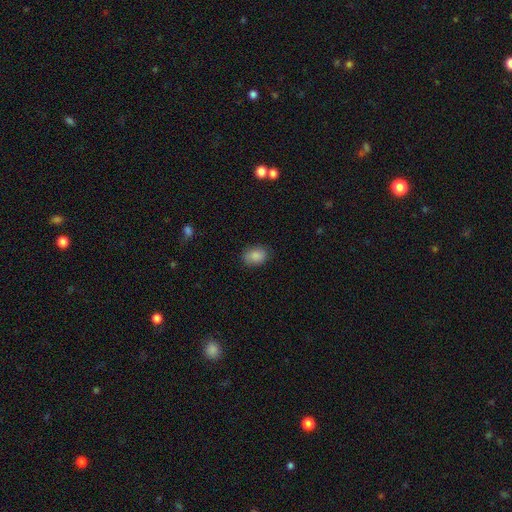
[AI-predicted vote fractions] Smooth or featured?
  - smooth: 87% *
  - star or artifact: 8%
  - featured or disk: 5%
How rounded?
  - in between: 73% *
  - round: 25%
  - cigar-shaped: 1%
Merging?
  - none: 84% *
  - minor disturbance: 12%
  - major disturbance: 3%
  - merger: 1%